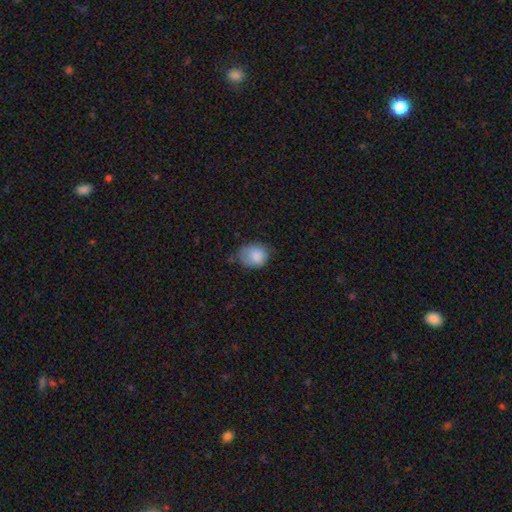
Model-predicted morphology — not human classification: The model was most divided on "merging": none: 48%, minor disturbance: 37%, major disturbance: 13%, merger: 3%. More confident: smooth or featured — smooth (84%); how rounded — in between (59%).